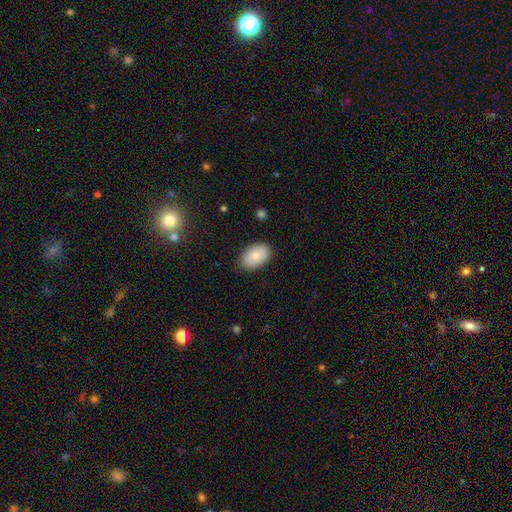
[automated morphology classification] The model was most divided on "smooth or featured": smooth: 81%, featured or disk: 13%, star or artifact: 6%. More confident: how rounded — in between (91%); merging — none (84%).